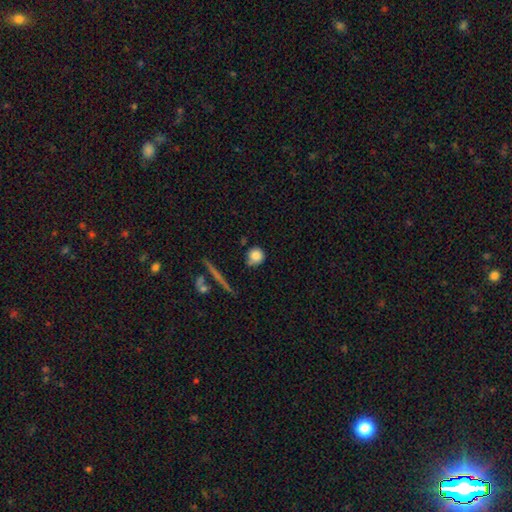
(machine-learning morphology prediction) Smooth or featured?
  - smooth: 82% *
  - star or artifact: 9%
  - featured or disk: 9%
How rounded?
  - round: 89% *
  - in between: 9%
  - cigar-shaped: 2%
Merging?
  - none: 69% *
  - minor disturbance: 18%
  - merger: 8%
  - major disturbance: 5%